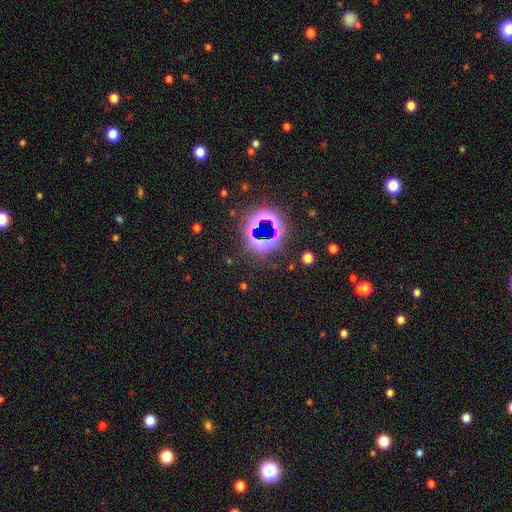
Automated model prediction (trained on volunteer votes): Overall: star or artifact (83%).